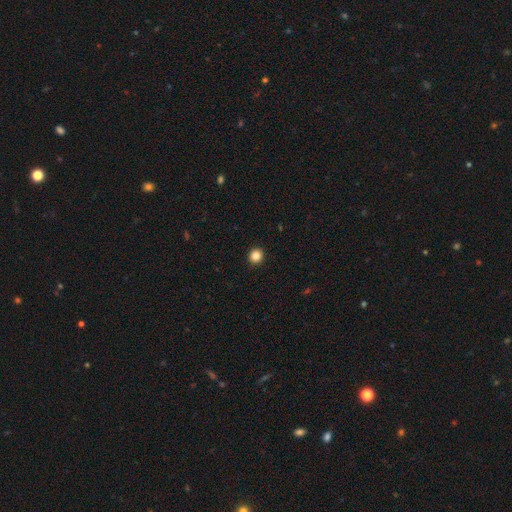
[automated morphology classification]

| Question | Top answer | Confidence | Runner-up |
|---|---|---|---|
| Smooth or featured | smooth | 85% | star or artifact (11%) |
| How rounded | round | 89% | in between (10%) |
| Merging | none | 93% | minor disturbance (4%) |